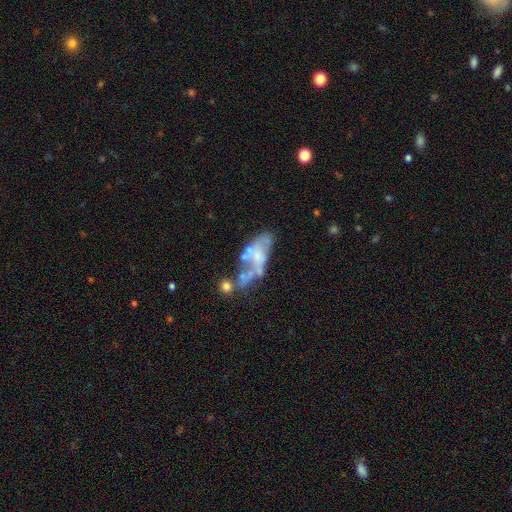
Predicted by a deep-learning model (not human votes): Q: Smooth or featured?
A: featured or disk (61%); runner-up: smooth (27%)
Q: Edge-on disk?
A: no (95%); runner-up: yes (5%)
Q: Bar?
A: no (86%); runner-up: weak (11%)
Q: Spiral arms?
A: no (86%); runner-up: yes (14%)
Q: Bulge size?
A: none (53%); runner-up: small (25%)
Q: Merging?
A: merger (33%); runner-up: major disturbance (28%)